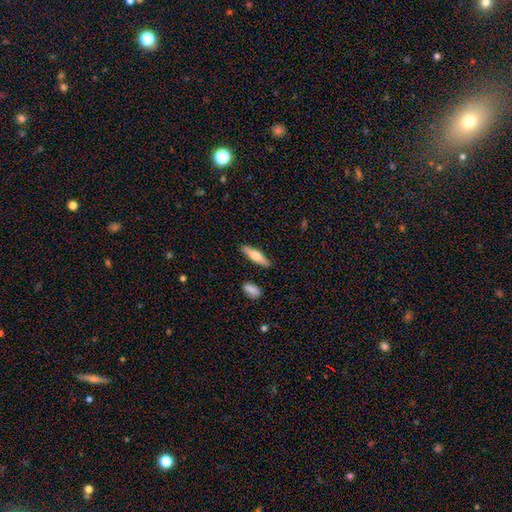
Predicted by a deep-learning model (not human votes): Smooth or featured?
  - smooth: 63% *
  - featured or disk: 31%
  - star or artifact: 6%
How rounded?
  - cigar-shaped: 69% *
  - in between: 29%
  - round: 2%
Merging?
  - none: 87% *
  - minor disturbance: 9%
  - merger: 2%
  - major disturbance: 2%